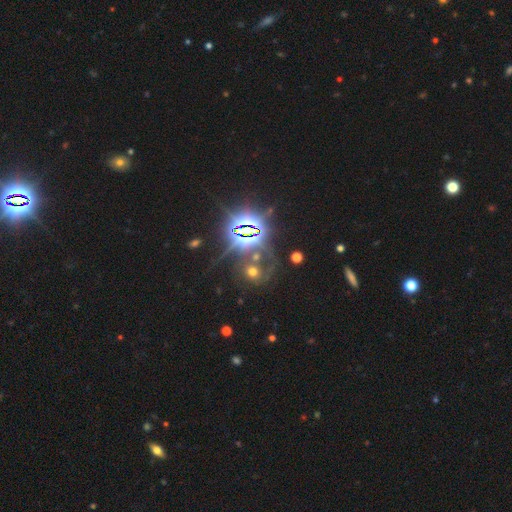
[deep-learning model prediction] star or artifact 68%, smooth 18%, featured or disk 14%.